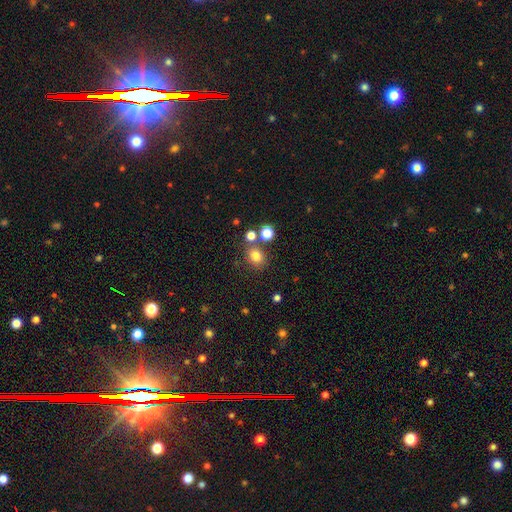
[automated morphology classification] Smooth or featured? Predicted: smooth (p=0.77). How rounded? Predicted: round (p=0.67). Merging? Predicted: none (p=0.72).